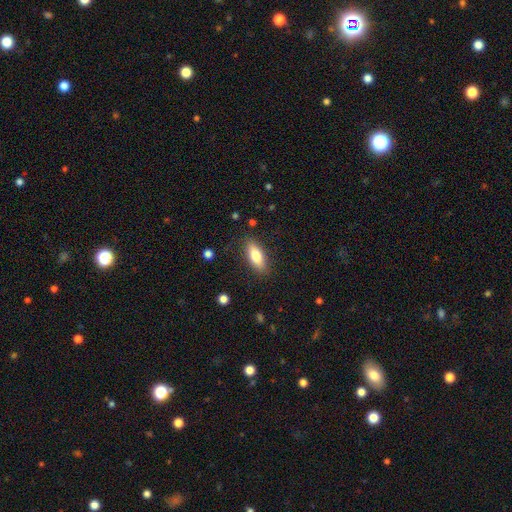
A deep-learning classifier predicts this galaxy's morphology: Smooth or featured? smooth (77%)
How rounded? in between (73%)
Merging? none (85%)